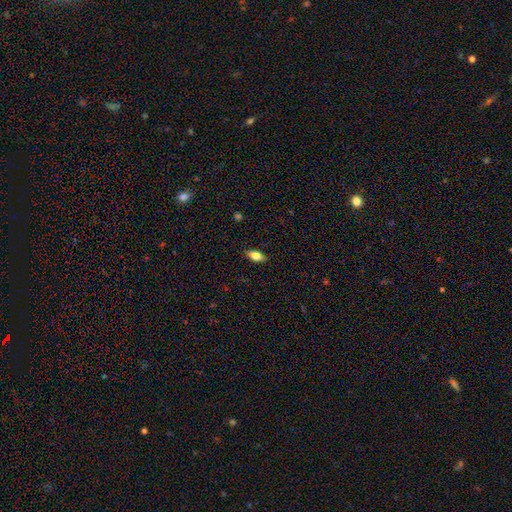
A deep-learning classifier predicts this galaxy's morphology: This is likely a smooth galaxy (74%). How rounded: clearly in between (85%). Merging: clearly none (86%).